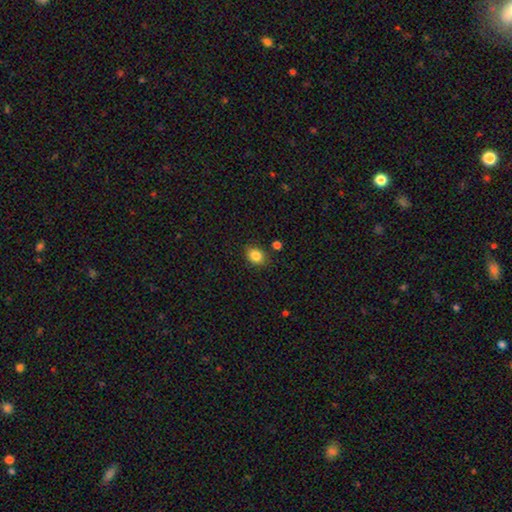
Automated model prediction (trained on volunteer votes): smooth 84%, star or artifact 10%, featured or disk 5%. Down the decision tree: how rounded — in between (54%); merging — none (82%).